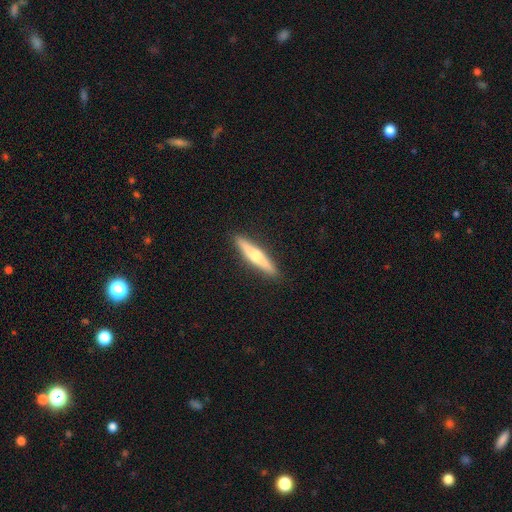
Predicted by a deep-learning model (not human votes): This appears to be a featured or disk galaxy (56%) viewed edge-on (96%) with a rounded central bulge (90%). Merging: none (91%).